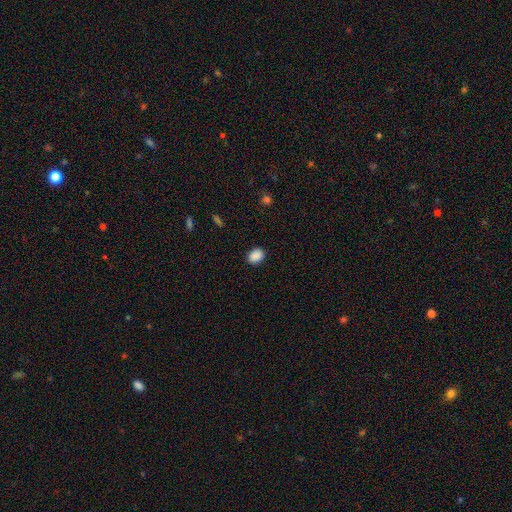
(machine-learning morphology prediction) This is clearly a smooth galaxy (89%). How rounded: likely in between (68%). Merging: clearly none (88%).